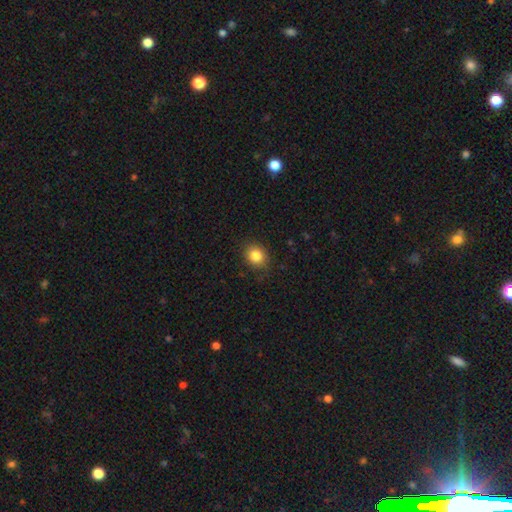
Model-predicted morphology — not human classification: A smooth galaxy with no disk features (84%) that is round (66%). Merging: none (83%).